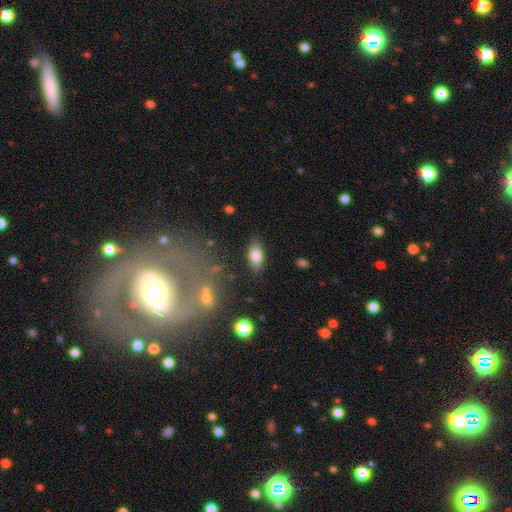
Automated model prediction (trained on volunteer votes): Smooth or featured? Predicted: smooth (p=0.75). How rounded? Predicted: in between (p=0.85). Merging? Predicted: none (p=0.82).